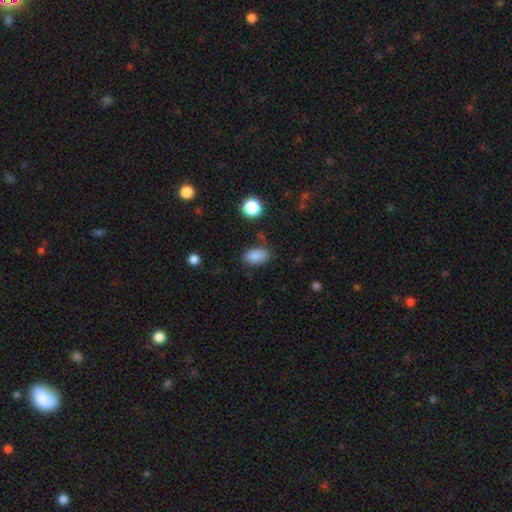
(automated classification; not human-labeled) Smooth or featured: smooth — 85% (star or artifact — 10%)
How rounded: in between — 88% (round — 10%)
Merging: none — 73% (minor disturbance — 18%)